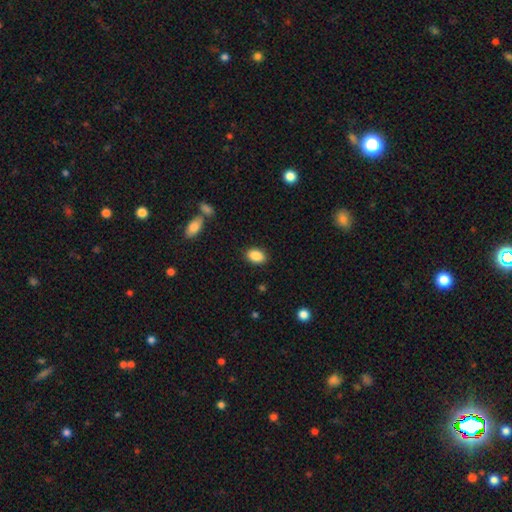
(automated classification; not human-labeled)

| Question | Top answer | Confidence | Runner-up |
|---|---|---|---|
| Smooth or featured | smooth | 89% | star or artifact (8%) |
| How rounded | in between | 85% | round (13%) |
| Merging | none | 87% | minor disturbance (9%) |